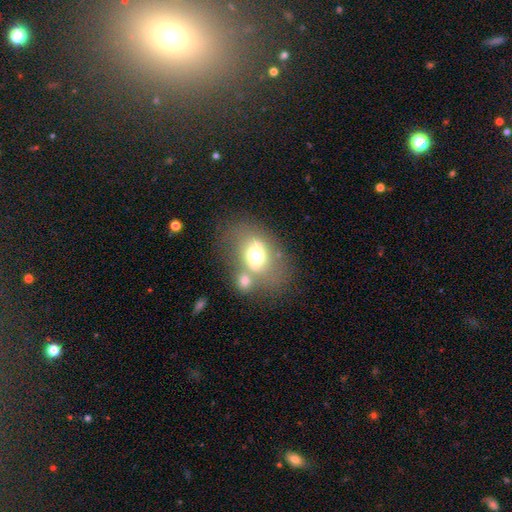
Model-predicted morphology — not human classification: A smooth galaxy with no disk features (55%) that is in between round and cigar-shaped (75%). Merging: none (44%).